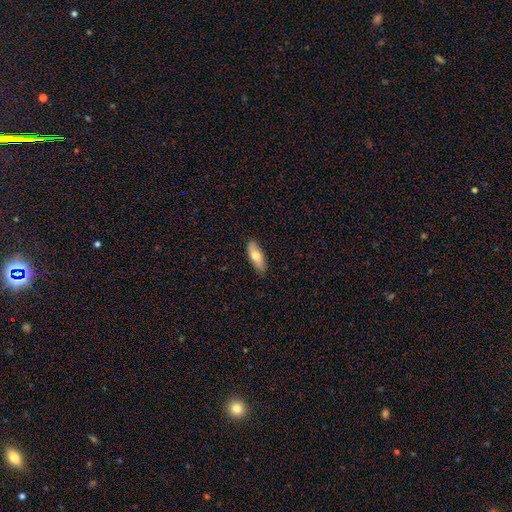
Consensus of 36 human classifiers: A smooth galaxy with no disk features (69%) that is in between round and cigar-shaped (60%).

Vote fractions:
- Smooth or featured? smooth: 69% / featured or disk: 28% / star or artifact: 3%
- How rounded? in between: 60% / cigar-shaped: 40% / round: 0%
- Merging? none: 74% / minor disturbance: 23% / major disturbance: 3% / merger: 0%